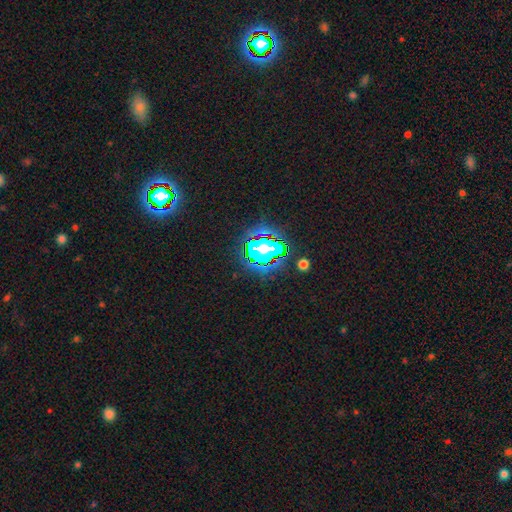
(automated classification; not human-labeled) Smooth or featured?
  - star or artifact: 56% *
  - smooth: 28%
  - featured or disk: 16%